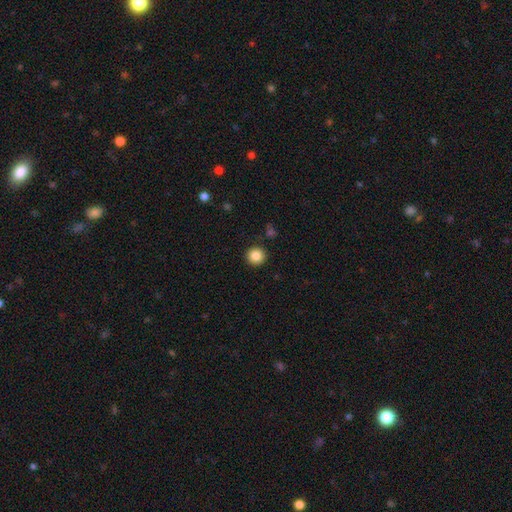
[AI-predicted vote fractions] smooth-or-featured: smooth: 85% | star or artifact: 10% | featured or disk: 5%
  how-rounded: round: 95% | in between: 4% | cigar-shaped: 1%
  merging: none: 92% | minor disturbance: 5% | major disturbance: 2% | merger: 1%